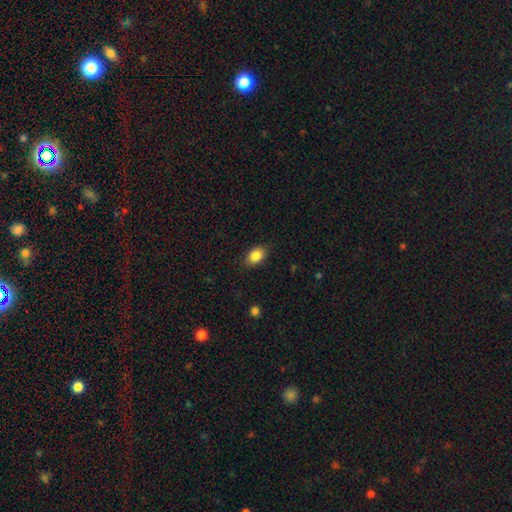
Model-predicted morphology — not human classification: Smooth or featured? Predicted: smooth (p=0.86). How rounded? Predicted: in between (p=0.82). Merging? Predicted: none (p=0.85).